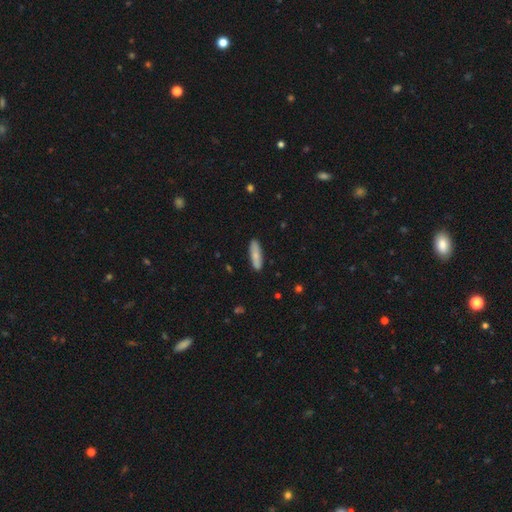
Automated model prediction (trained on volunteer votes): Smooth or featured? Predicted: smooth (p=0.78). How rounded? Predicted: cigar-shaped (p=0.64). Merging? Predicted: none (p=0.88).